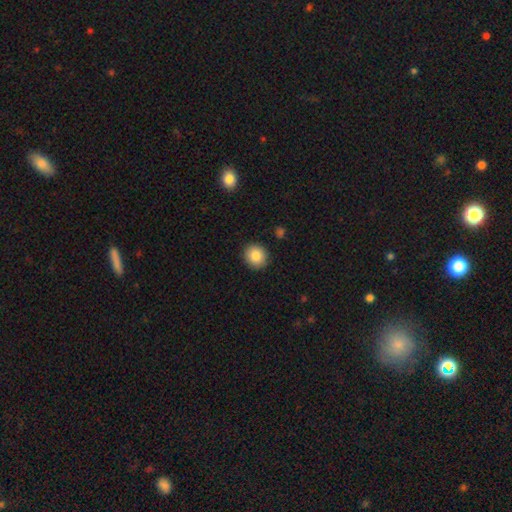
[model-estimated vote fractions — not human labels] Q: Smooth or featured?
A: smooth (85%); runner-up: star or artifact (9%)
Q: How rounded?
A: round (86%); runner-up: in between (13%)
Q: Merging?
A: none (91%); runner-up: minor disturbance (6%)